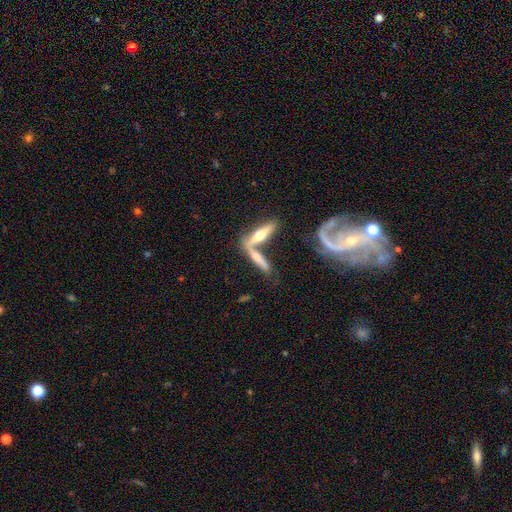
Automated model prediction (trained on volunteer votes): This is likely a featured or disk galaxy (64%). It is likely viewed edge-on (63%). Merging: marginally none (39%).